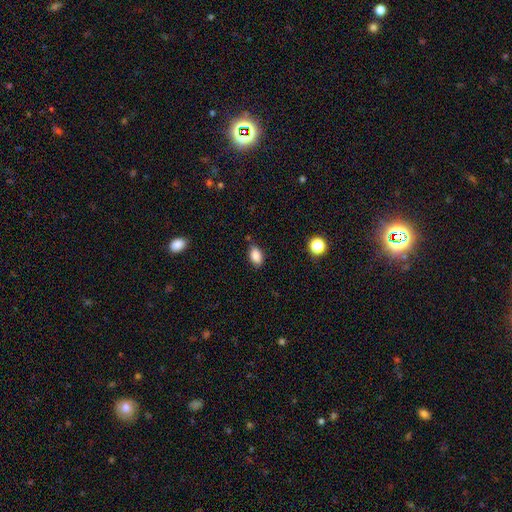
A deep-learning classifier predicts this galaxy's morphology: This is clearly a smooth galaxy (86%). How rounded: clearly in between (86%). Merging: clearly none (80%).